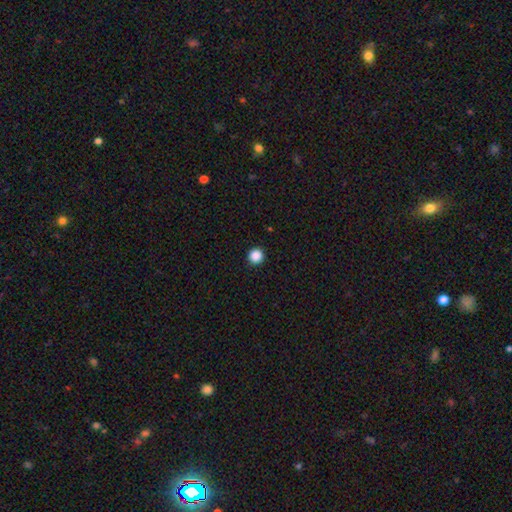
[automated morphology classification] Overall: smooth (88%). How rounded: round (96%). Merging: none (93%).